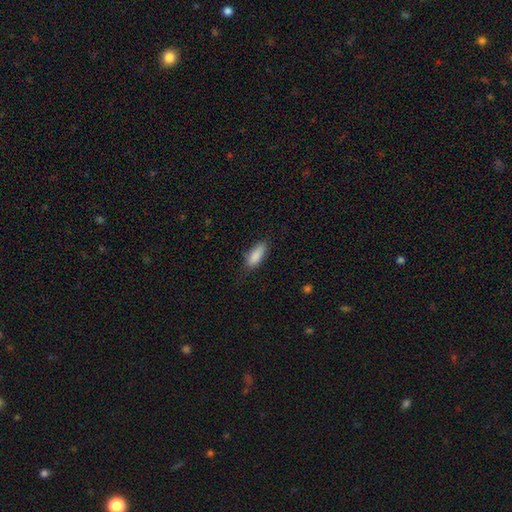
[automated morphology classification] smooth-or-featured: smooth: 87% | star or artifact: 7% | featured or disk: 6%
  how-rounded: in between: 75% | cigar-shaped: 23% | round: 2%
  merging: none: 72% | minor disturbance: 22% | major disturbance: 5% | merger: 1%